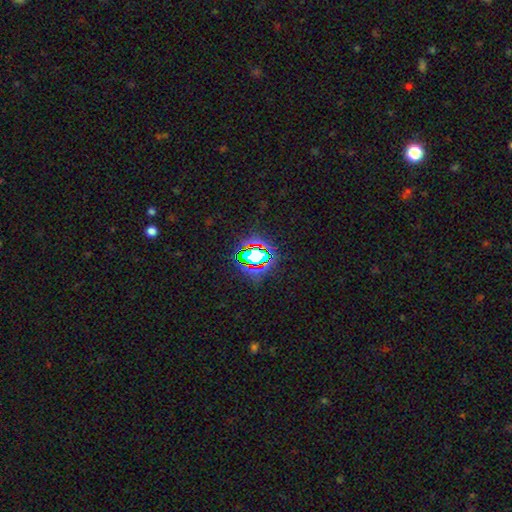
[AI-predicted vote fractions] A star or artifact, not a galaxy (68%).